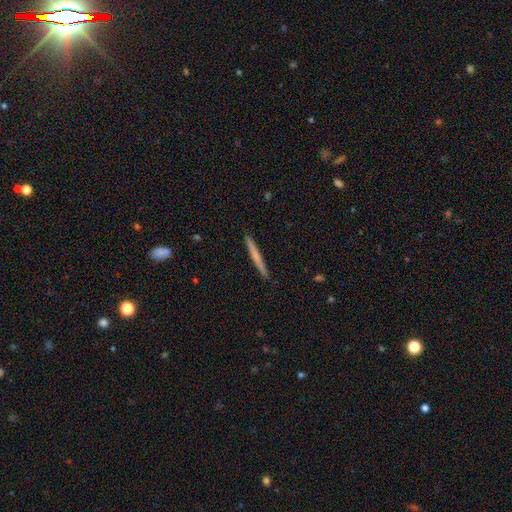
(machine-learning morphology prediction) smooth 58%, featured or disk 37%, star or artifact 6%. Down the decision tree: how rounded — cigar-shaped (97%); merging — none (91%).